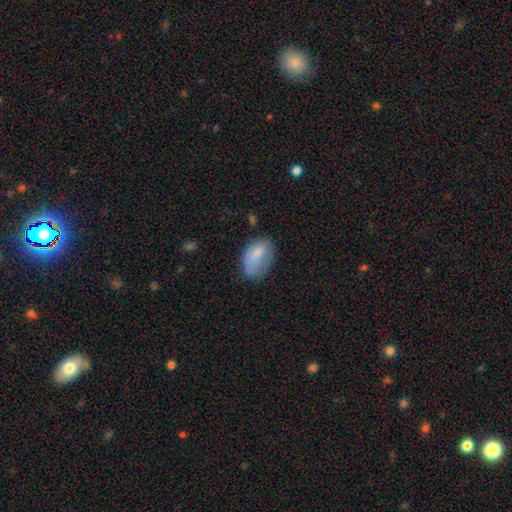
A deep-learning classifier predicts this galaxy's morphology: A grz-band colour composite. It shows a smooth galaxy with no disk features (77%) that is in between round and cigar-shaped (88%). Merging: none (48%).